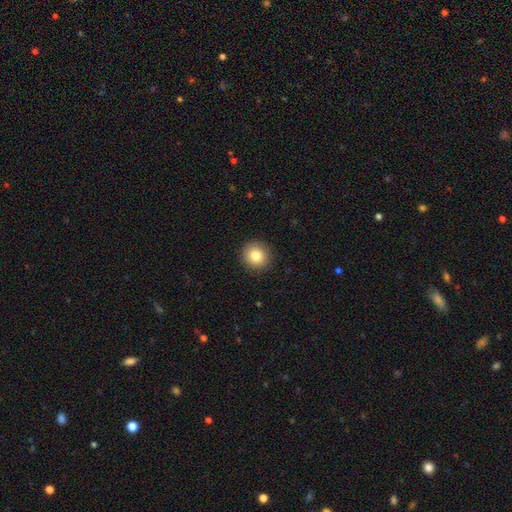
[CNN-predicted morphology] Smooth or featured: smooth — 83% (star or artifact — 9%)
How rounded: round — 92% (in between — 7%)
Merging: none — 91% (minor disturbance — 6%)